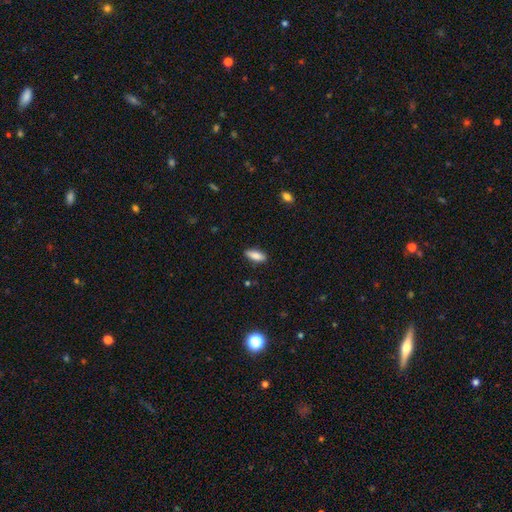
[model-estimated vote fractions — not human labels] A smooth galaxy with no disk features (85%) that is in between round and cigar-shaped (76%). Merging: none (87%).